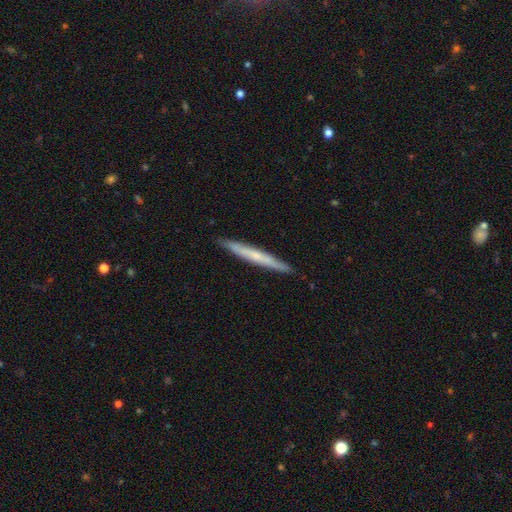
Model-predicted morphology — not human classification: Smooth or featured?
  - featured or disk: 51% *
  - smooth: 43%
  - star or artifact: 6%
Edge-on disk?
  - yes: 94% *
  - no: 6%
Merging?
  - none: 91% *
  - minor disturbance: 7%
  - major disturbance: 1%
  - merger: 1%